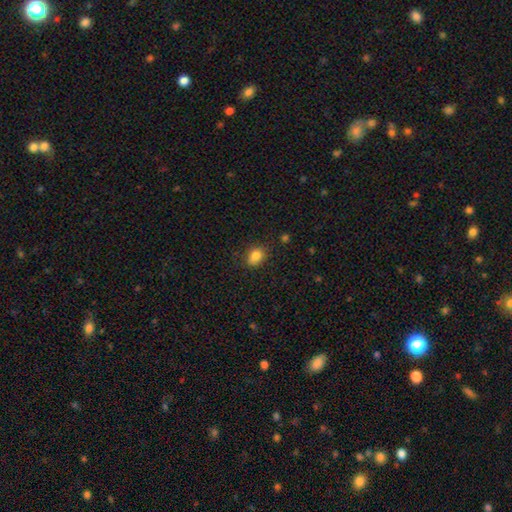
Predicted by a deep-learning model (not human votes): Overall: smooth (83%). How rounded: in between (57%; round 42%). Merging: none (72%).